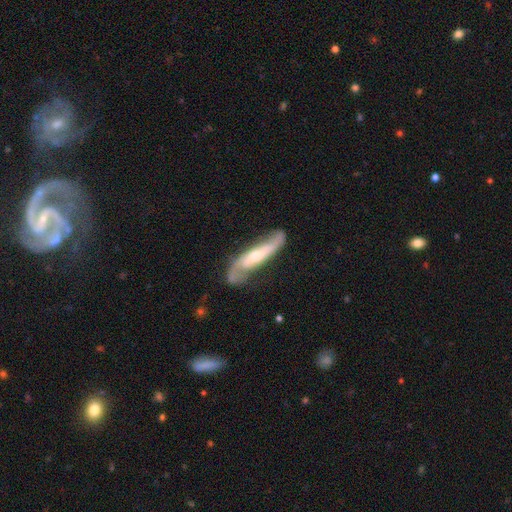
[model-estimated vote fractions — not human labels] Smooth or featured?
  - featured or disk: 77% *
  - smooth: 18%
  - star or artifact: 5%
Edge-on disk?
  - no: 69% *
  - yes: 31%
Bar?
  - no: 45% *
  - weak: 31%
  - strong: 25%
Spiral arms?
  - yes: 92% *
  - no: 8%
Bulge size?
  - moderate: 51% *
  - small: 39%
  - large: 5%
  - none: 3%
  - dominant: 1%
Merging?
  - none: 64% *
  - minor disturbance: 23%
  - major disturbance: 10%
  - merger: 3%